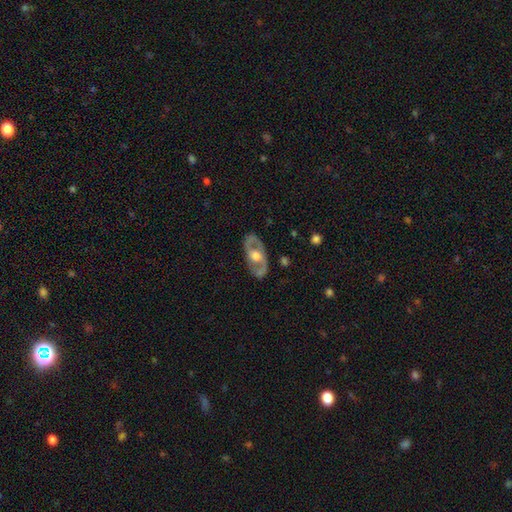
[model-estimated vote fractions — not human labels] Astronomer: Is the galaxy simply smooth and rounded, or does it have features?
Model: featured or disk — 73%.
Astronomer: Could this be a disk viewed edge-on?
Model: no — 86%.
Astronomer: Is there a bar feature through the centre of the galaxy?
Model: no — 64%.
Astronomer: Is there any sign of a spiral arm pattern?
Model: yes — 56% (runner-up: no, 44%).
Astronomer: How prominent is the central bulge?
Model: moderate — 57% (runner-up: large, 34%).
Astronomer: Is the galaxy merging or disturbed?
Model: none — 82%.